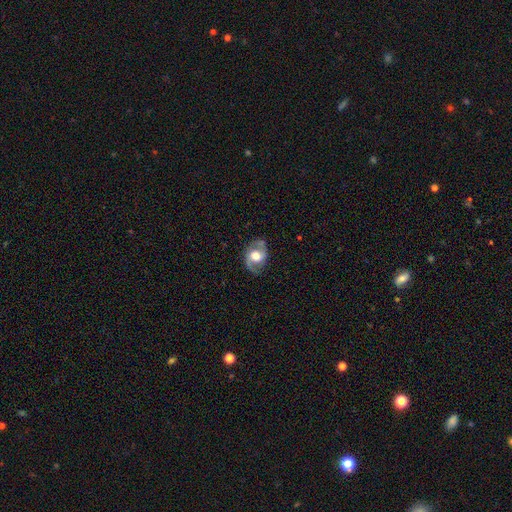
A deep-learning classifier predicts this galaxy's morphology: featured or disk 73%, smooth 21%, star or artifact 6%. Down the decision tree: edge-on disk — no (96%); bar — no (56%); spiral arms — yes (85%); spiral arm count — 2 (89%); spiral winding — medium (51%); bulge size — moderate (49%); merging — none (77%).